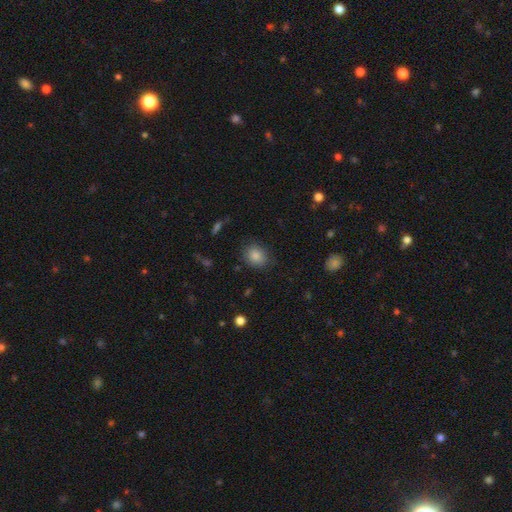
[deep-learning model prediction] A smooth galaxy with no disk features (85%) that is round (64%). Merging: none (83%).